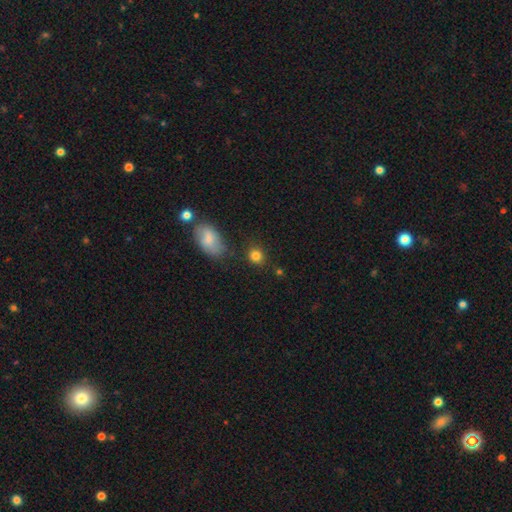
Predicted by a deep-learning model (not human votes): smooth 83%, star or artifact 11%, featured or disk 6%. Down the decision tree: how rounded — round (71%); merging — none (79%).